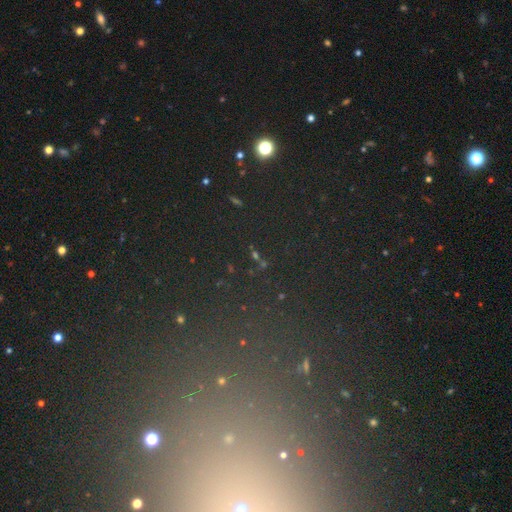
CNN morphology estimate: Smooth or featured: star or artifact — 67% (smooth — 22%)